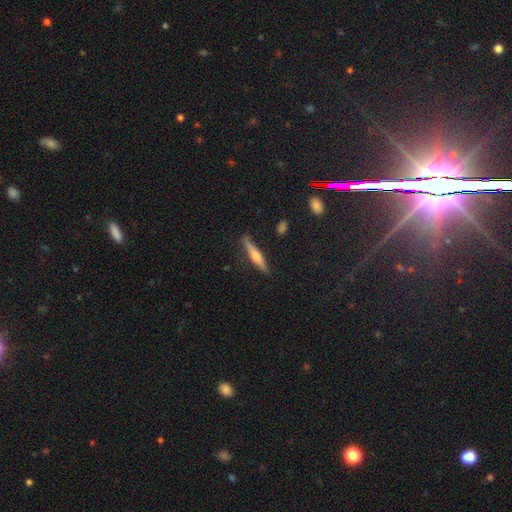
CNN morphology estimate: A featured or disk galaxy (52%) viewed edge-on (96%) with a rounded central bulge (83%).

Vote fractions:
- Smooth or featured? featured or disk: 52% / smooth: 41% / star or artifact: 7%
- Edge-on disk? yes: 96% / no: 4%
- Edge-on bulge? rounded: 83% / none: 9% / boxy: 8%
- Merging? none: 86% / minor disturbance: 11% / major disturbance: 2% / merger: 2%